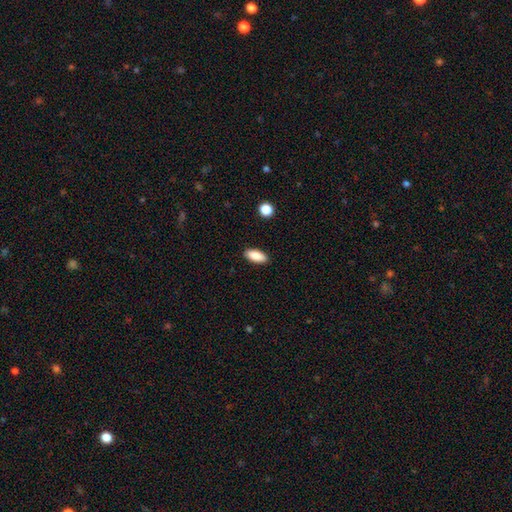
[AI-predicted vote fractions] This is clearly a smooth galaxy (88%). How rounded: clearly in between (85%). Merging: clearly none (89%).